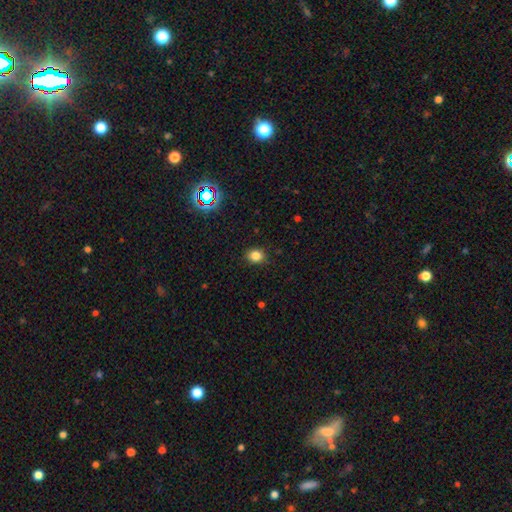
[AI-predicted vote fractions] smooth_or_featured: smooth (p=0.81) [alt: star or artifact p=0.14]
how_rounded: round (p=0.59) [alt: in between p=0.40]
merging: none (p=0.87) [alt: minor disturbance p=0.09]